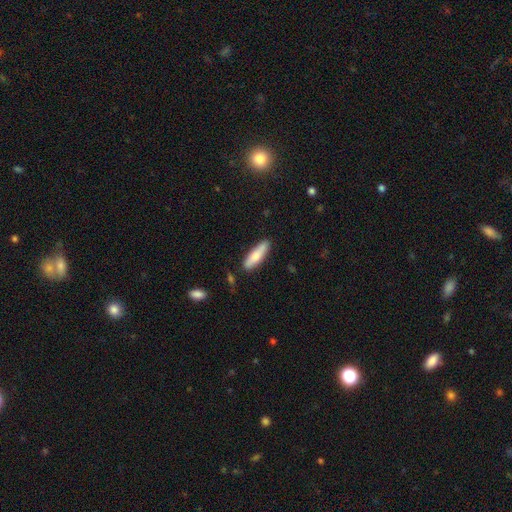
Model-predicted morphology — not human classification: A smooth galaxy with no disk features (75%) that is cigar-shaped (65%). Merging: none (82%).